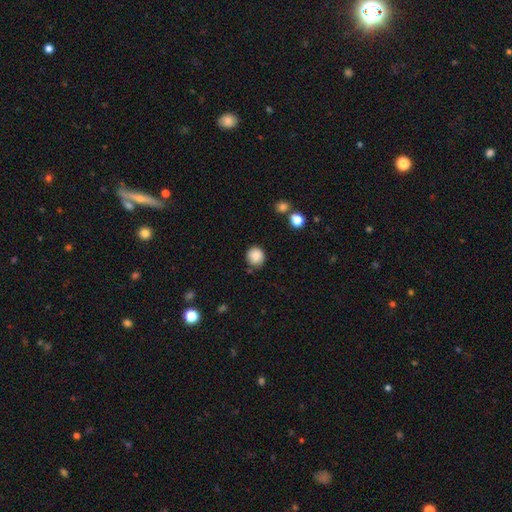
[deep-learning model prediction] This appears to be a smooth galaxy with no disk features (86%) that is round (90%). Merging: none (81%).